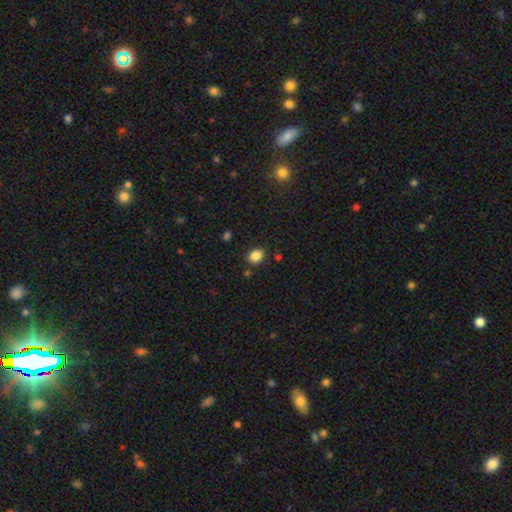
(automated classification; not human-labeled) smooth_or_featured: smooth (p=0.86) [alt: star or artifact p=0.10]
how_rounded: in between (p=0.64) [alt: round p=0.35]
merging: none (p=0.84) [alt: minor disturbance p=0.10]